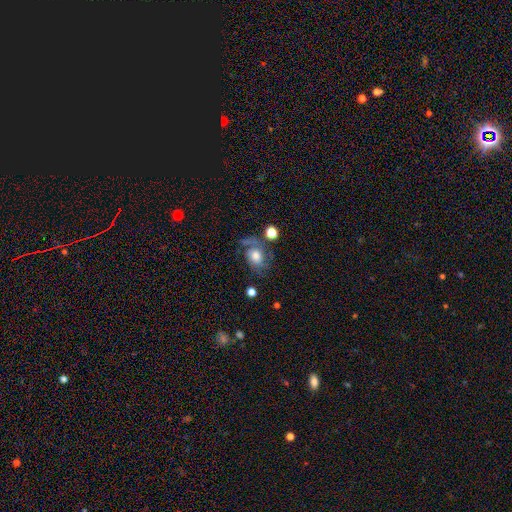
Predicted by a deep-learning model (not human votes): smooth-or-featured: featured or disk: 59% | smooth: 31% | star or artifact: 10%
  disk-edge-on: no: 97% | yes: 3%
    bar: no: 74% | weak: 22% | strong: 4%
    has-spiral-arms: yes: 85% | no: 15%
    bulge-size: moderate: 46% | large: 33% | small: 12% | none: 4% | dominant: 4%
  merging: none: 47% | major disturbance: 23% | minor disturbance: 22% | merger: 7%